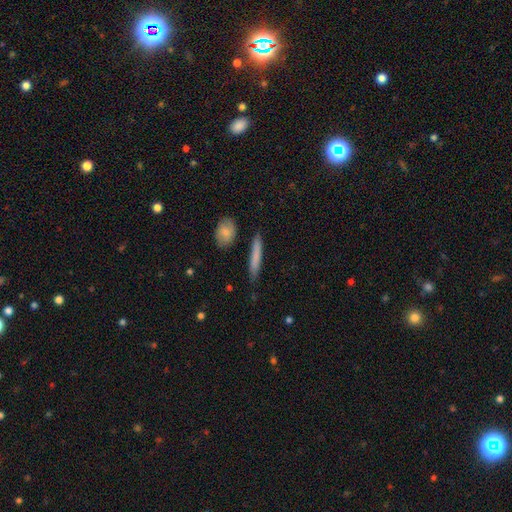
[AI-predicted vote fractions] Smooth or featured? smooth (74%)
How rounded? cigar-shaped (92%)
Merging? none (84%)